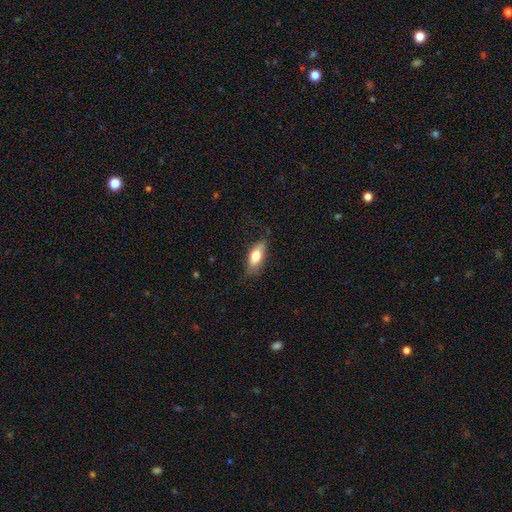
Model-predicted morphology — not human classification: smooth 70%, featured or disk 23%, star or artifact 7%. Down the decision tree: how rounded — in between (77%); merging — none (75%).